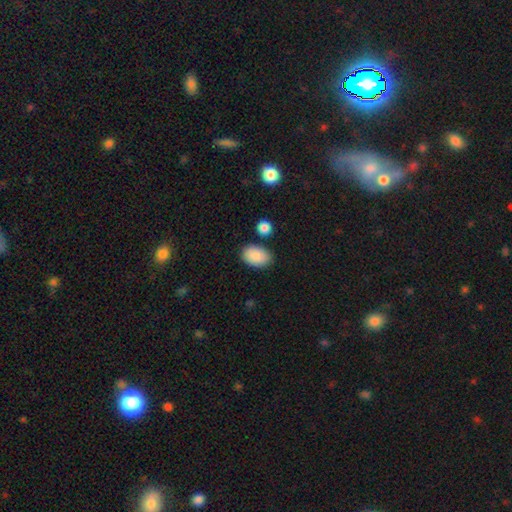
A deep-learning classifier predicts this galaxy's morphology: type=smooth (89%); roundness=in between (90%); merging=none (80%).